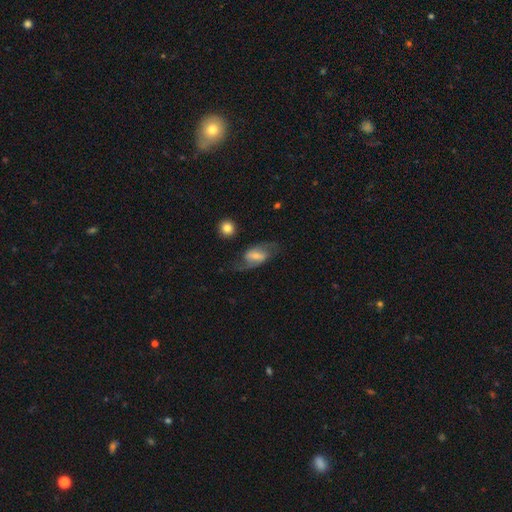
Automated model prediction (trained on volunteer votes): Smooth or featured: featured or disk — 68% (smooth — 25%)
Edge-on disk: no — 93% (yes — 7%)
Bar: weak — 43% (strong — 39%)
Spiral arms: yes — 85% (no — 15%)
Spiral winding: loose — 48% (medium — 41%)
Spiral arm count: 2 — 89% (can't tell — 6%)
Bulge size: small — 46% (moderate — 41%)
Merging: none — 67% (minor disturbance — 18%)